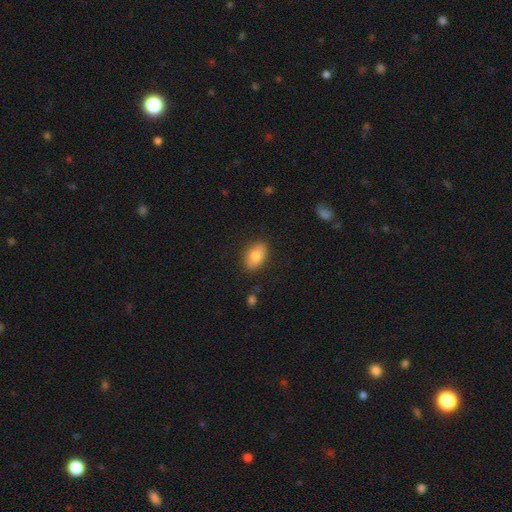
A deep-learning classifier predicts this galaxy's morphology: smooth-or-featured: smooth: 79% | featured or disk: 14% | star or artifact: 7%
  how-rounded: in between: 89% | round: 9% | cigar-shaped: 2%
  merging: none: 84% | minor disturbance: 12% | major disturbance: 3% | merger: 1%